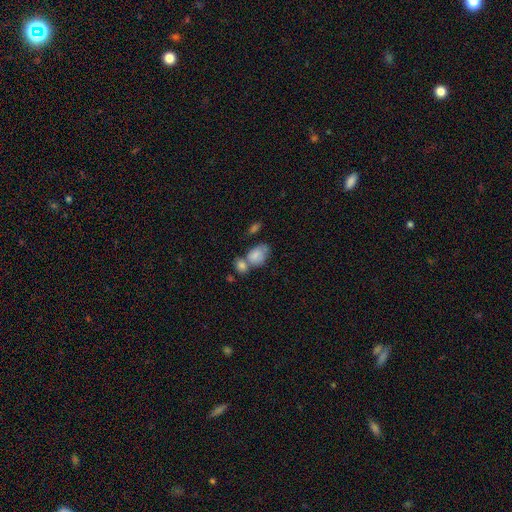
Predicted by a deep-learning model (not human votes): smooth 79%, featured or disk 14%, star or artifact 8%. Down the decision tree: how rounded — in between (78%); merging — merger (50%).